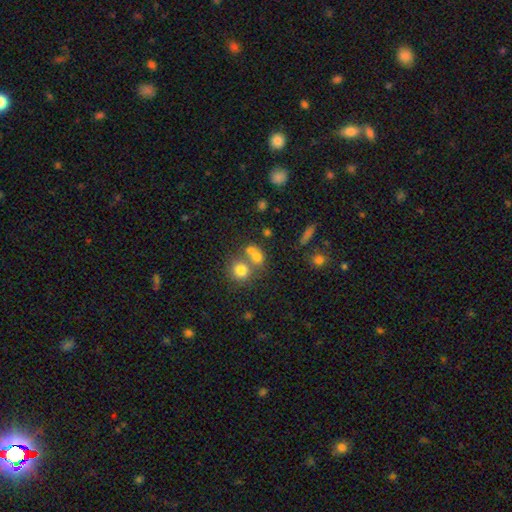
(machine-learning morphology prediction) This appears to be a smooth galaxy with no disk features (72%) that is round (55%). Merging: merger (49%).